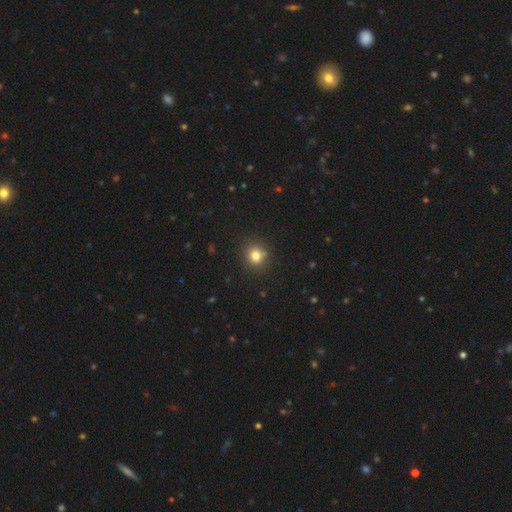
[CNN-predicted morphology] Smooth or featured? smooth (81%)
How rounded? round (85%)
Merging? none (83%)